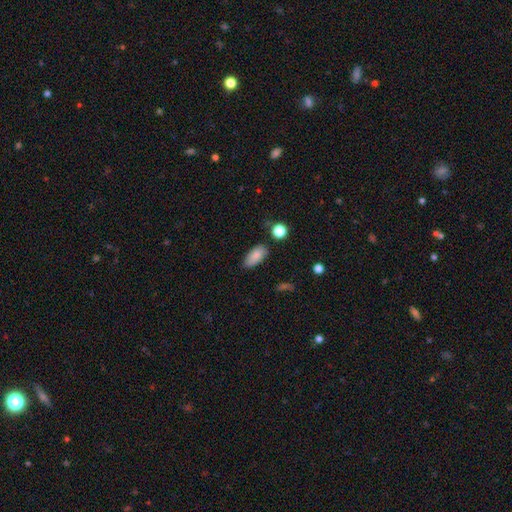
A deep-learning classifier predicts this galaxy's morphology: smooth_or_featured: smooth (p=0.84) [alt: star or artifact p=0.08]
how_rounded: in between (p=0.89) [alt: cigar-shaped p=0.06]
merging: none (p=0.71) [alt: minor disturbance p=0.22]